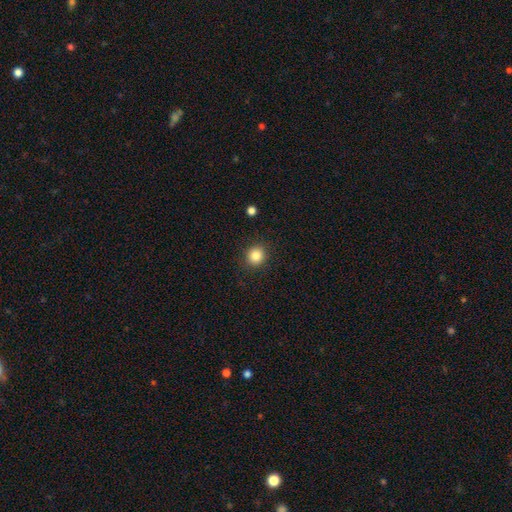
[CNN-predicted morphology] Smooth or featured: smooth — 85% (star or artifact — 11%)
How rounded: round — 88% (in between — 11%)
Merging: none — 91% (minor disturbance — 6%)